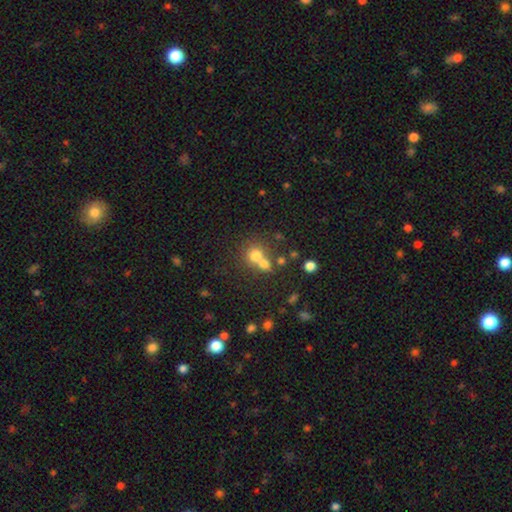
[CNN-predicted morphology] Smooth or featured?
  - smooth: 71% *
  - star or artifact: 15%
  - featured or disk: 14%
How rounded?
  - round: 81% *
  - in between: 18%
  - cigar-shaped: 1%
Merging?
  - merger: 54% *
  - none: 36%
  - minor disturbance: 6%
  - major disturbance: 4%